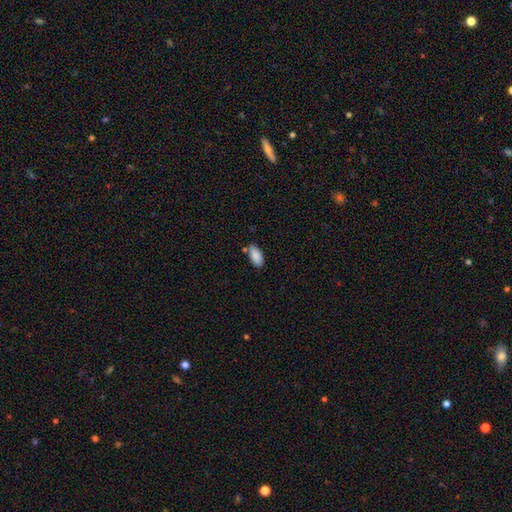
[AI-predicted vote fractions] smooth 88%, star or artifact 7%, featured or disk 6%. Down the decision tree: how rounded — in between (90%); merging — none (75%).